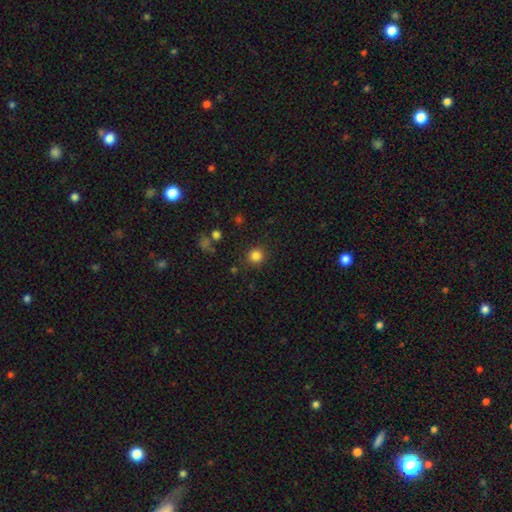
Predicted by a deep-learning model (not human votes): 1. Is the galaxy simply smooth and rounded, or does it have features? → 83% smooth, 12% star or artifact, 4% featured or disk.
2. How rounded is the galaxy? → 91% round, 8% in between, 1% cigar-shaped.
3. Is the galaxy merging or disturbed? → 88% none, 7% minor disturbance, 3% major disturbance, 2% merger.